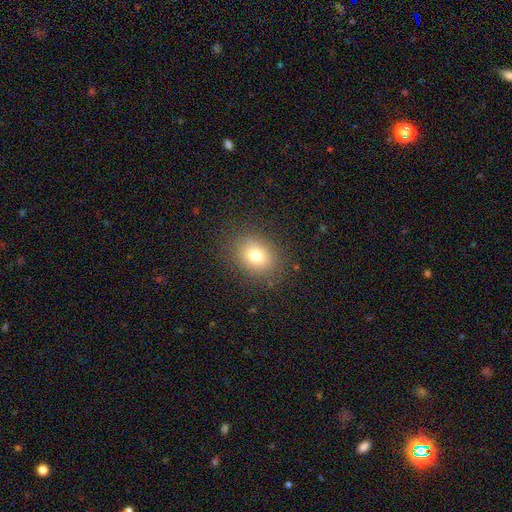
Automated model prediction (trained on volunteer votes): The model was most divided on "how rounded": in between: 52%, round: 47%, cigar-shaped: 1%. More confident: merging — none (84%); smooth or featured — smooth (75%).